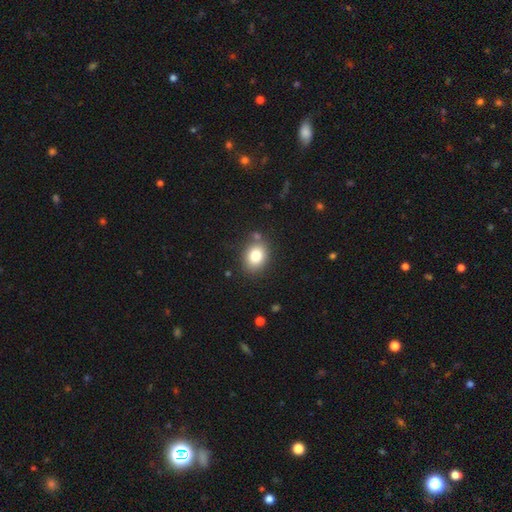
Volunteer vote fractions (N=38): A smooth galaxy with no disk features (92%) that is round (49%, tied with in between). Merging: none (81%).